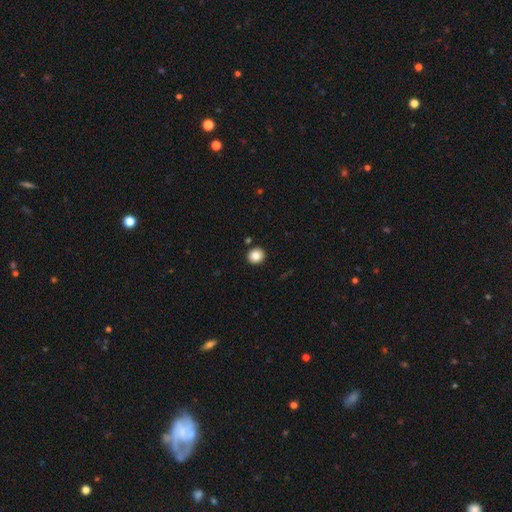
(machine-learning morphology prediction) This appears to be a smooth galaxy with no disk features (85%) that is round (88%). Merging: none (91%).